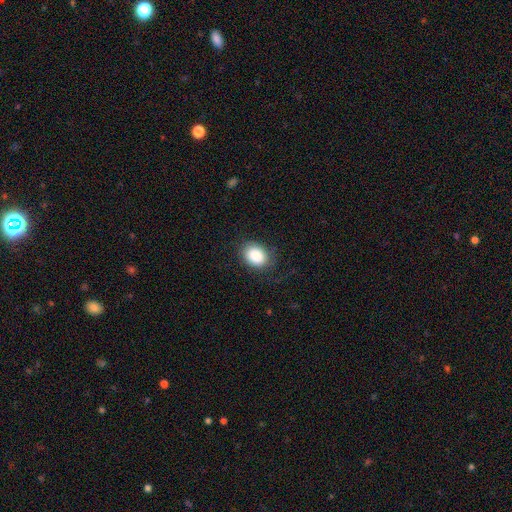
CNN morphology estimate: Smooth or featured?
  - smooth: 88% *
  - star or artifact: 7%
  - featured or disk: 5%
How rounded?
  - in between: 66% *
  - round: 33%
  - cigar-shaped: 1%
Merging?
  - none: 77% *
  - minor disturbance: 16%
  - major disturbance: 6%
  - merger: 1%